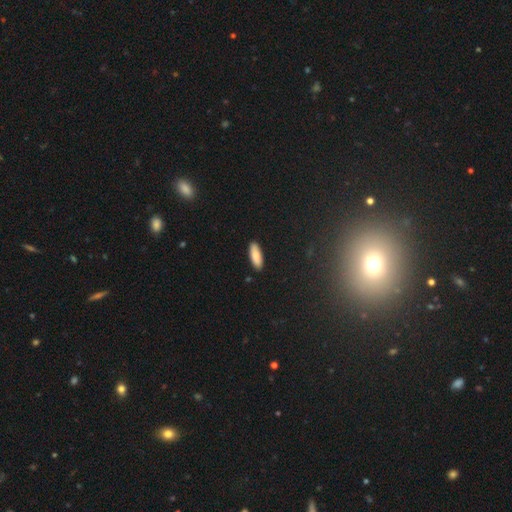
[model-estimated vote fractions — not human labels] Smooth or featured: smooth — 84% (featured or disk — 10%)
How rounded: in between — 61% (cigar-shaped — 37%)
Merging: none — 89% (minor disturbance — 8%)